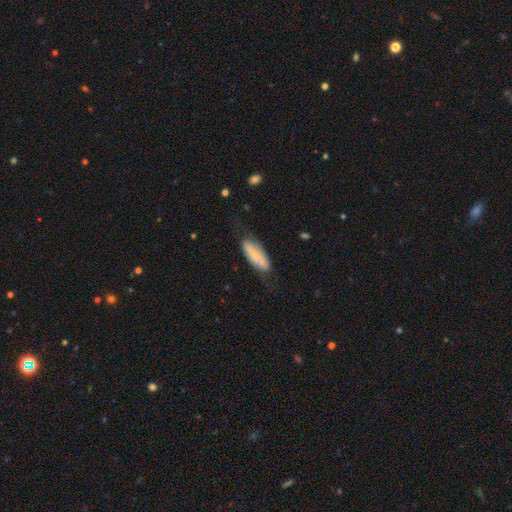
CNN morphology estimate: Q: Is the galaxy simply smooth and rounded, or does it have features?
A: smooth — 62%.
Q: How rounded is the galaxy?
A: in between — 62%.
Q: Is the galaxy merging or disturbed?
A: none — 64%.